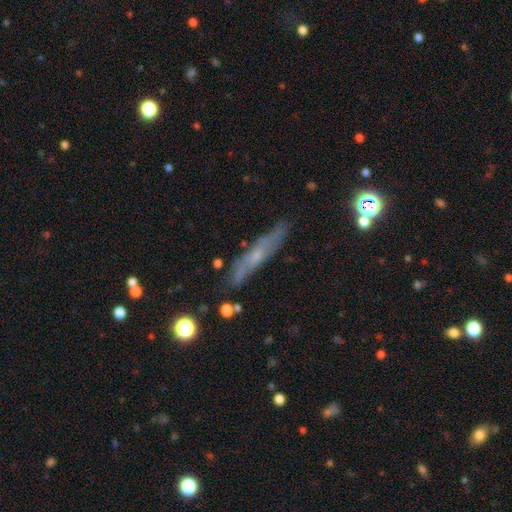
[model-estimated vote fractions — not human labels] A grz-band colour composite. It shows a featured or disk galaxy (51%) viewed edge-on (75%). Merging: none (79%).